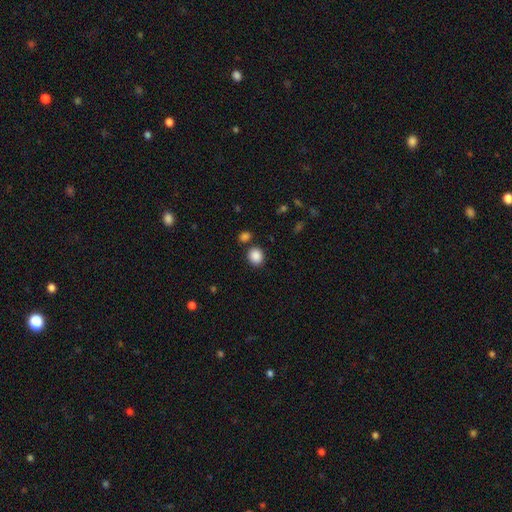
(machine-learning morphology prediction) type=smooth (88%); roundness=round (79%); merging=none (80%).